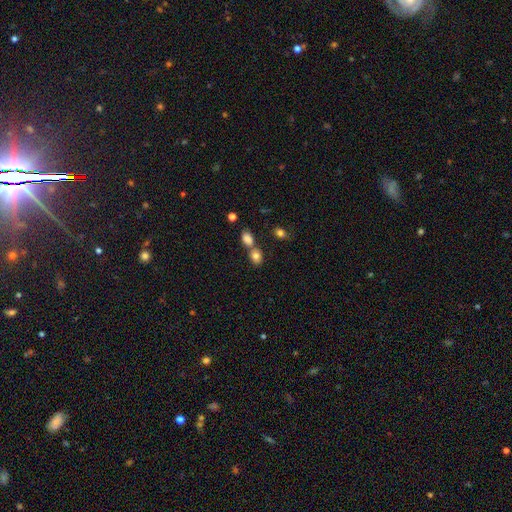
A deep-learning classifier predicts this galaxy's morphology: Overall: smooth (81%). How rounded: in between (61%; round 37%). Merging: merger (44%; none 43%).